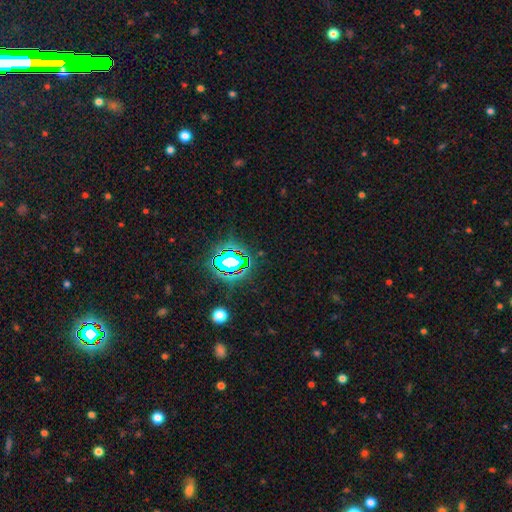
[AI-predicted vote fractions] This is clearly a star or artifact rather than a galaxy (82%).